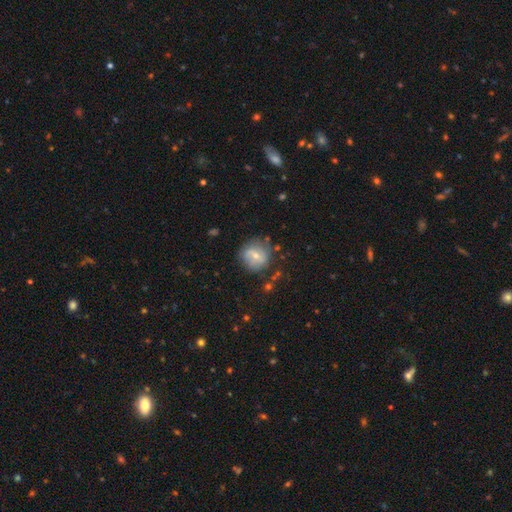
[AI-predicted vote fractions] Smooth or featured? smooth (48%)
Merging? none (74%)